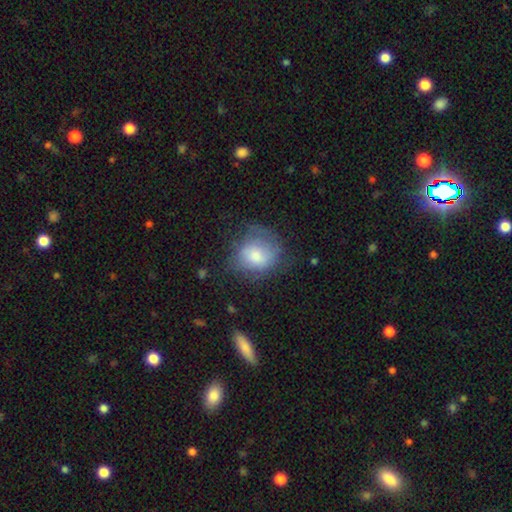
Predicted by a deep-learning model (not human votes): smooth-or-featured: smooth: 66% | featured or disk: 26% | star or artifact: 8%
  how-rounded: round: 68% | in between: 31% | cigar-shaped: 1%
  merging: none: 50% | minor disturbance: 29% | major disturbance: 19% | merger: 2%